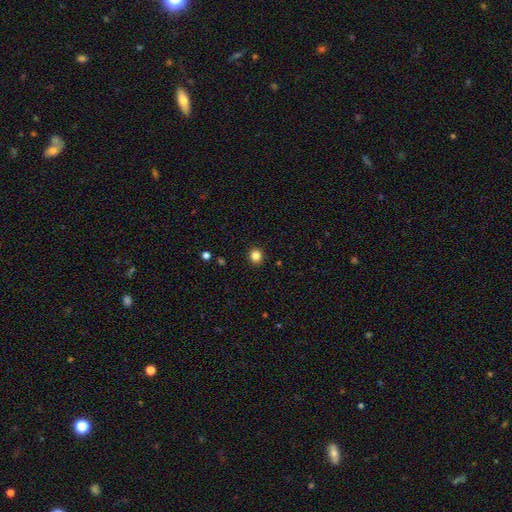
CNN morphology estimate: smooth-or-featured: smooth: 83% | star or artifact: 12% | featured or disk: 4%
  how-rounded: round: 92% | in between: 7% | cigar-shaped: 1%
  merging: none: 93% | minor disturbance: 5% | major disturbance: 2% | merger: 1%